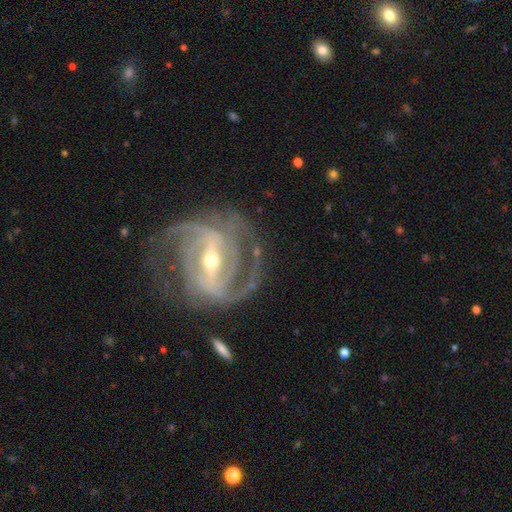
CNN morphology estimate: Smooth or featured?
  - featured or disk: 91% *
  - star or artifact: 5%
  - smooth: 3%
Edge-on disk?
  - no: 96% *
  - yes: 4%
Bar?
  - strong: 71% *
  - weak: 22%
  - no: 7%
Spiral arms?
  - yes: 97% *
  - no: 3%
Spiral winding?
  - medium: 46% *
  - tight: 41%
  - loose: 12%
Spiral arm count?
  - 2: 51% *
  - 3: 22%
  - can't tell: 10%
  - 4: 7%
  - 1: 5%
  - more than 4: 4%
Bulge size?
  - moderate: 48% * (tied)
  - small: 48% * (tied)
  - large: 2%
  - none: 1%
  - dominant: 1%
Merging?
  - none: 72% *
  - minor disturbance: 15%
  - major disturbance: 11%
  - merger: 2%